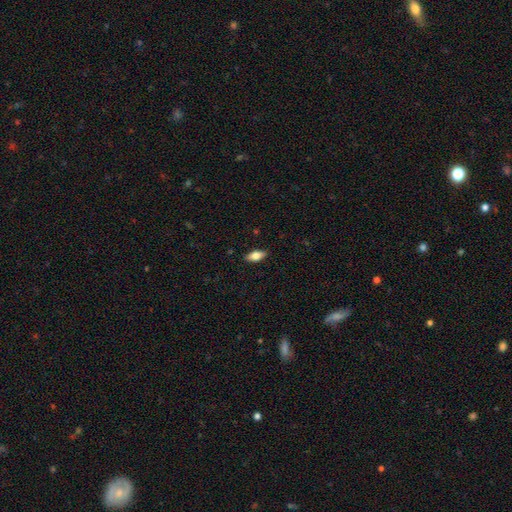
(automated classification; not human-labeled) smooth 76%, featured or disk 18%, star or artifact 7%. Down the decision tree: how rounded — in between (85%); merging — none (88%).